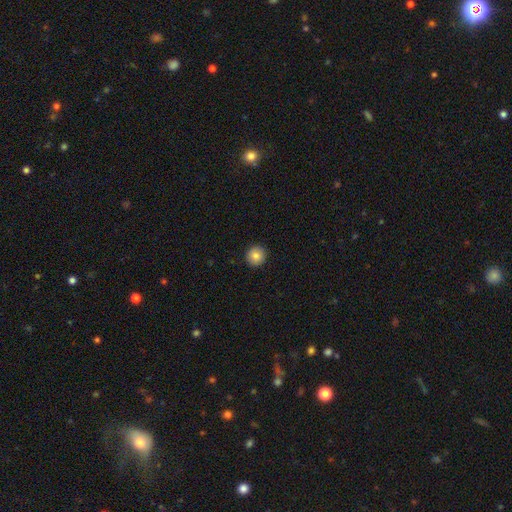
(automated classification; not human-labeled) The model was most divided on "smooth or featured": smooth: 85%, star or artifact: 9%, featured or disk: 6%. More confident: how rounded — round (93%); merging — none (93%).